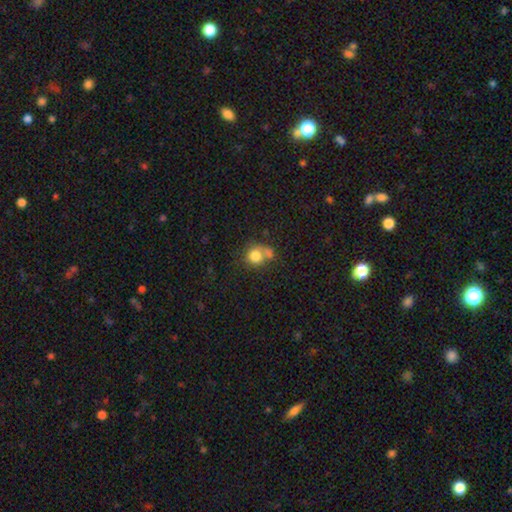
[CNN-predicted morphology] Smooth or featured?
  - smooth: 78% *
  - featured or disk: 11%
  - star or artifact: 10%
How rounded?
  - round: 82% *
  - in between: 17%
  - cigar-shaped: 1%
Merging?
  - none: 44% *
  - merger: 33%
  - minor disturbance: 15%
  - major disturbance: 8%